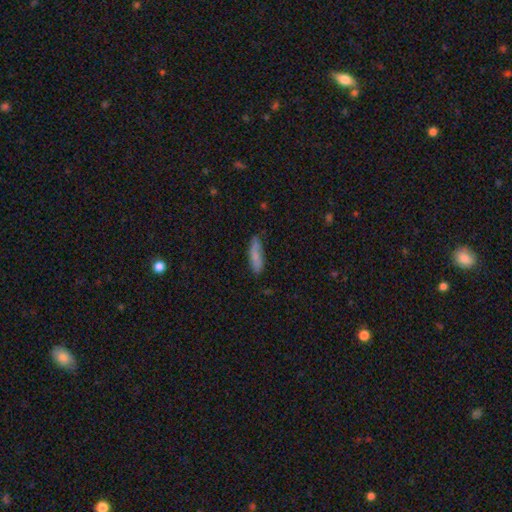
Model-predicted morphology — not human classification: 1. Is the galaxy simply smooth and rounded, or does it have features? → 77% smooth, 16% featured or disk, 6% star or artifact.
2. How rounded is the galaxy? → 60% cigar-shaped, 38% in between, 2% round.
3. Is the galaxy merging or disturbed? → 77% none, 18% minor disturbance, 3% major disturbance, 2% merger.